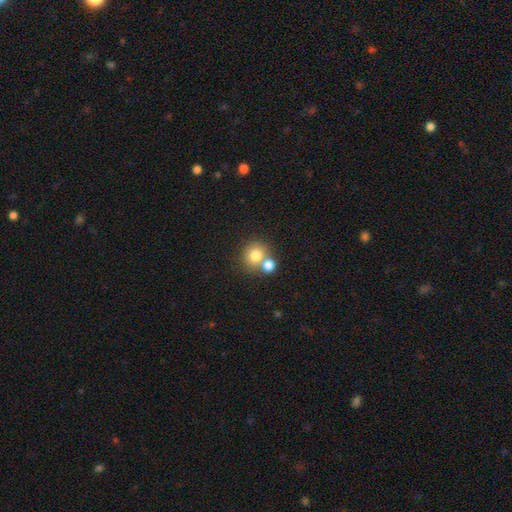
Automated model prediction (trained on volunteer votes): This appears to be a smooth galaxy with no disk features (78%) that is round (82%). Merging: none (46%).